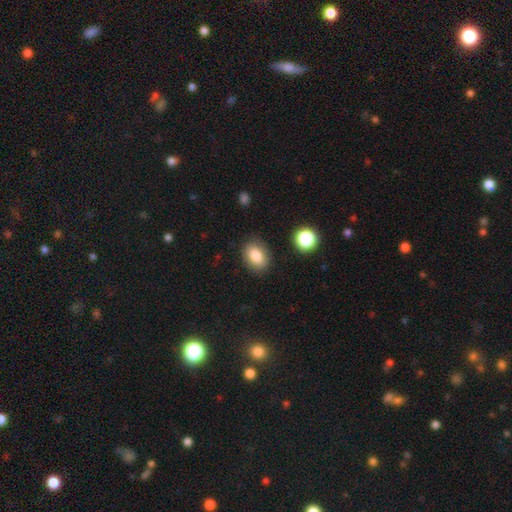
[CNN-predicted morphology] Smooth or featured?
  - smooth: 83% *
  - star or artifact: 9%
  - featured or disk: 8%
How rounded?
  - in between: 78% *
  - round: 21%
  - cigar-shaped: 1%
Merging?
  - none: 84% *
  - minor disturbance: 11%
  - major disturbance: 3%
  - merger: 2%